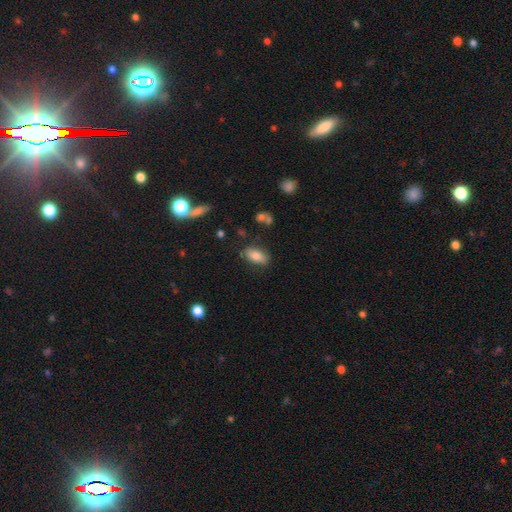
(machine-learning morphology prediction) This is clearly a smooth galaxy (81%). How rounded: clearly in between (88%). Merging: likely none (77%).